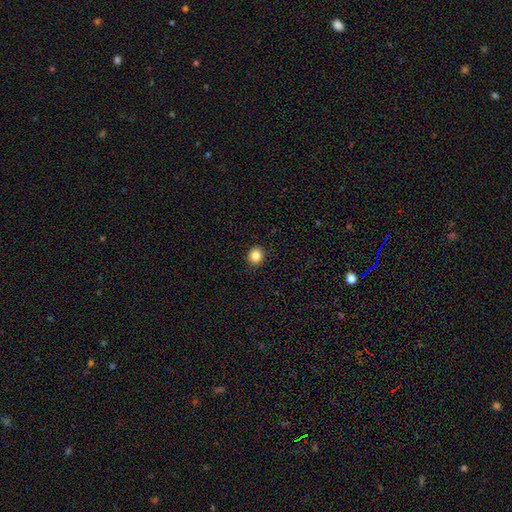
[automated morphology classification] Q: Smooth or featured?
A: smooth (85%); runner-up: star or artifact (10%)
Q: How rounded?
A: round (83%); runner-up: in between (16%)
Q: Merging?
A: none (91%); runner-up: minor disturbance (6%)